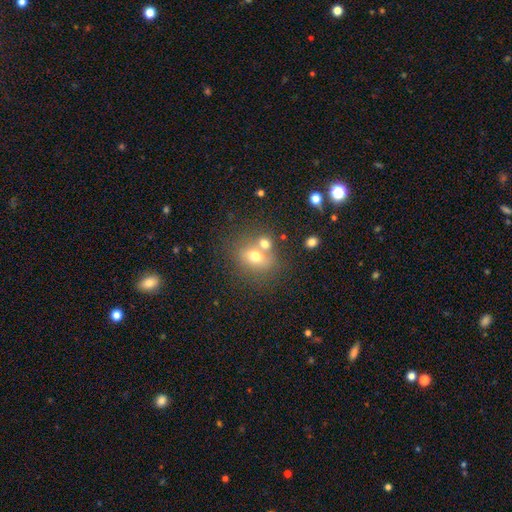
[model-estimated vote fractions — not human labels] The model was most divided on "how rounded": round: 53%, in between: 46%, cigar-shaped: 1%. Remaining: smooth or featured — smooth (68%); merging — none (48%).